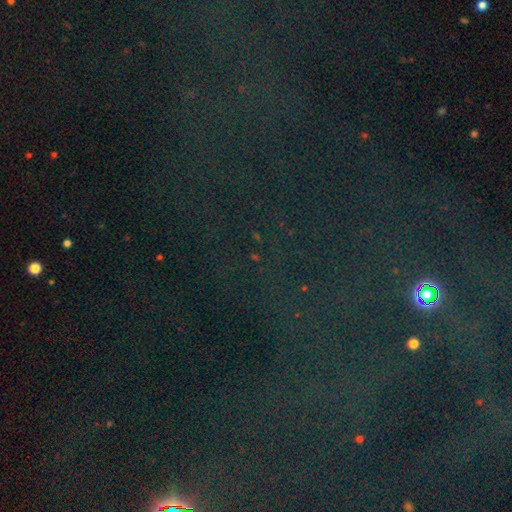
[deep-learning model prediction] Smooth or featured? Predicted: star or artifact (p=0.83).